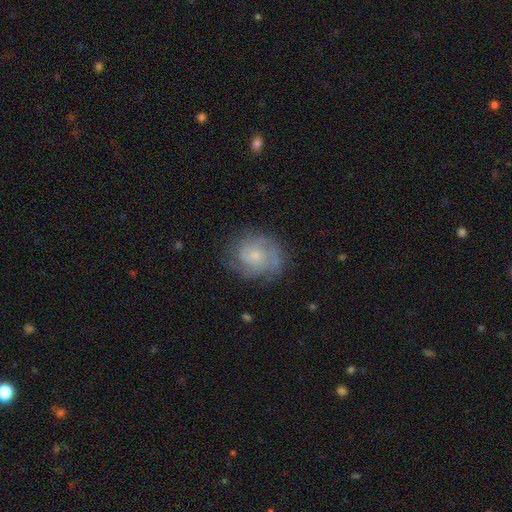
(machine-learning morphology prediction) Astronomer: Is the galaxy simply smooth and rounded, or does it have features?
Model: featured or disk — 66%.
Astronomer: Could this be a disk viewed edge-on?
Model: no — 98%.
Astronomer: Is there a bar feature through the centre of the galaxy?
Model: no — 78%.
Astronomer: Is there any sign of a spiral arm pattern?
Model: yes — 86%.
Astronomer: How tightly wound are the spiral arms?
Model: tight — 52% (runner-up: medium, 35%).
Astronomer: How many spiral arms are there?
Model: can't tell — 37% (runner-up: 2, 30%).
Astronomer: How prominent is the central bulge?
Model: small — 70%.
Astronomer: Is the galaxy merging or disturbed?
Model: none — 68%.